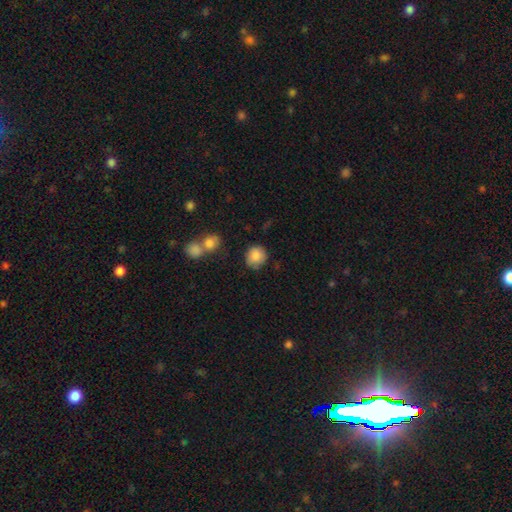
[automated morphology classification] Smooth or featured?
  - smooth: 86% *
  - star or artifact: 8%
  - featured or disk: 7%
How rounded?
  - round: 84% *
  - in between: 15%
  - cigar-shaped: 1%
Merging?
  - none: 76% *
  - minor disturbance: 16%
  - merger: 4%
  - major disturbance: 4%